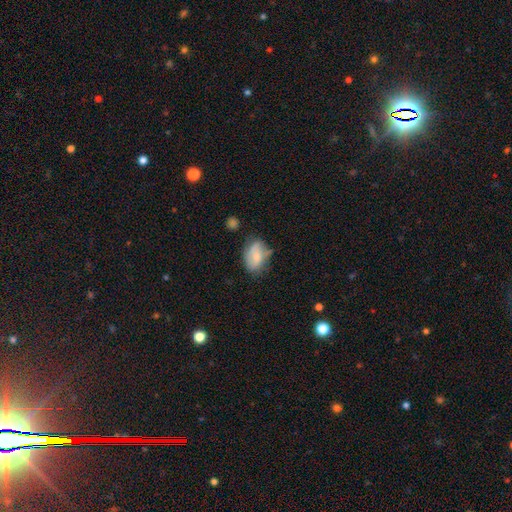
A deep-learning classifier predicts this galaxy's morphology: smooth_or_featured: smooth (p=0.67) [alt: featured or disk p=0.26]
how_rounded: in between (p=0.86) [alt: round p=0.12]
merging: none (p=0.52) [alt: minor disturbance p=0.33]